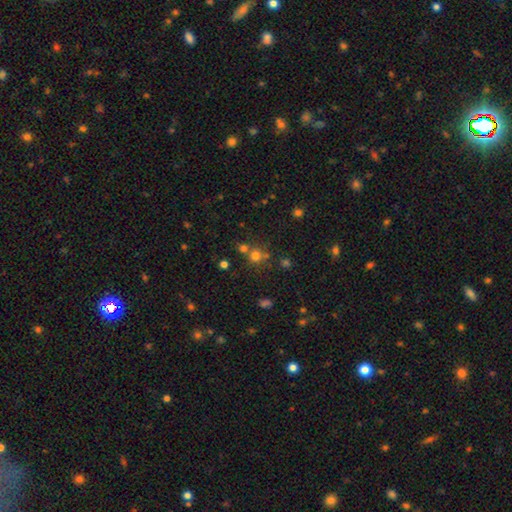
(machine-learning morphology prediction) Smooth or featured? Predicted: smooth (p=0.68). How rounded? Predicted: round (p=0.89). Merging? Predicted: none (p=0.60).